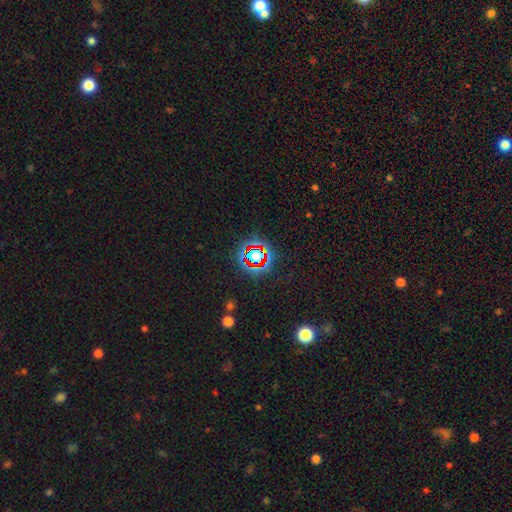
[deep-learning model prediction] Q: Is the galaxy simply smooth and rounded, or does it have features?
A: star or artifact — 72%.